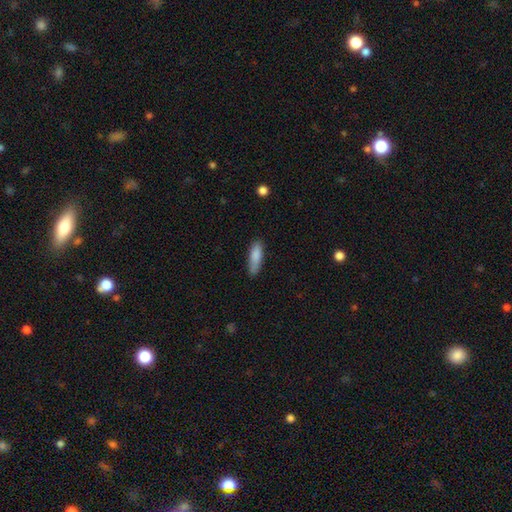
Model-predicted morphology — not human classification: type=smooth (85%); roundness=cigar-shaped (57%); merging=none (77%).